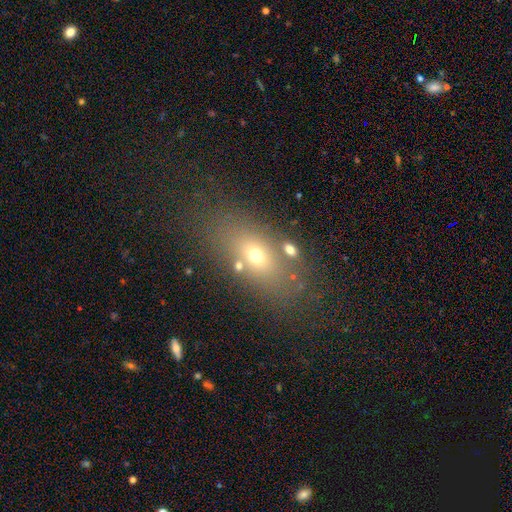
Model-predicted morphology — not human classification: This appears to be a smooth galaxy with no disk features (61%) that is in between round and cigar-shaped (74%). Merging: none (70%).